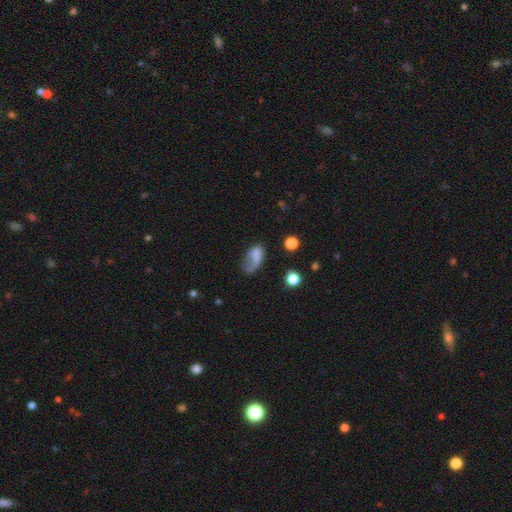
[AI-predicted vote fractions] Smooth or featured?
  - smooth: 61% *
  - featured or disk: 28%
  - star or artifact: 11%
How rounded?
  - in between: 87% *
  - round: 10%
  - cigar-shaped: 4%
Merging?
  - major disturbance: 40% *
  - none: 31%
  - minor disturbance: 25%
  - merger: 5%